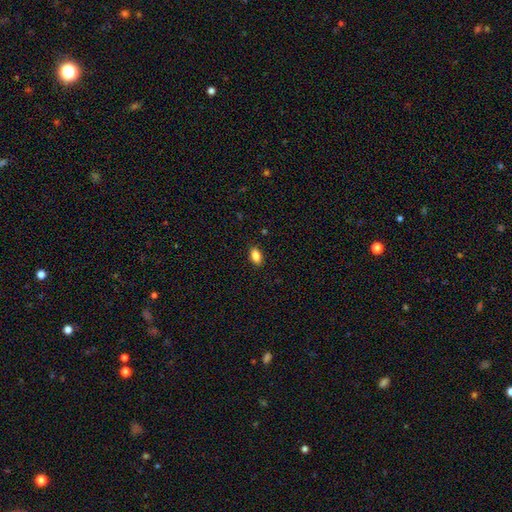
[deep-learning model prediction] This is clearly a smooth galaxy (85%). How rounded: clearly in between (88%). Merging: clearly none (89%).